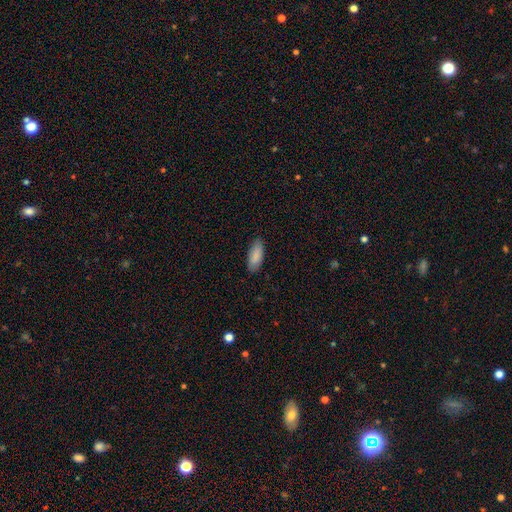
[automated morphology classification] Smooth or featured?
  - smooth: 88% *
  - featured or disk: 6%
  - star or artifact: 6%
How rounded?
  - in between: 84% *
  - cigar-shaped: 14%
  - round: 2%
Merging?
  - none: 84% *
  - minor disturbance: 13%
  - major disturbance: 2%
  - merger: 1%